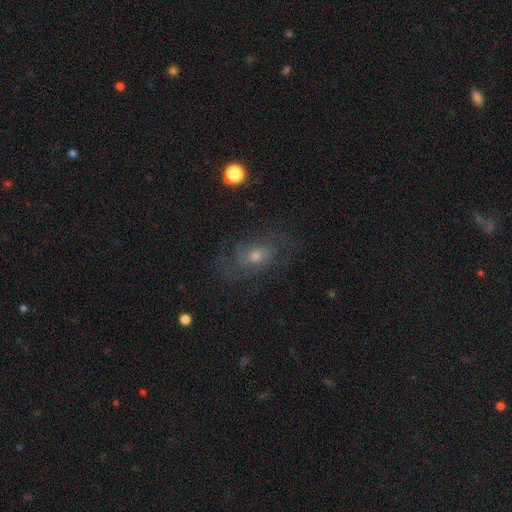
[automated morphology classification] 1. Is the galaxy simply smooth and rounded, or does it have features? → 60% featured or disk, 22% smooth, 19% star or artifact.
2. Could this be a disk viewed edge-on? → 94% no, 6% yes.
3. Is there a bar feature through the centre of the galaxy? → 72% no, 24% weak, 5% strong.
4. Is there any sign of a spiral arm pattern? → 82% yes, 18% no.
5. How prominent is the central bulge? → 52% moderate, 37% small, 7% large, 3% none, 2% dominant.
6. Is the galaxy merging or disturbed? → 74% none, 15% minor disturbance, 10% major disturbance, 1% merger.